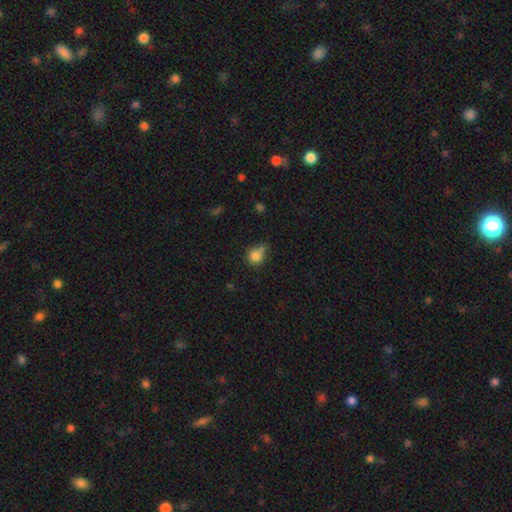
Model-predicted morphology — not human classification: This appears to be a smooth galaxy with no disk features (81%) that is round (77%). Merging: none (49%).